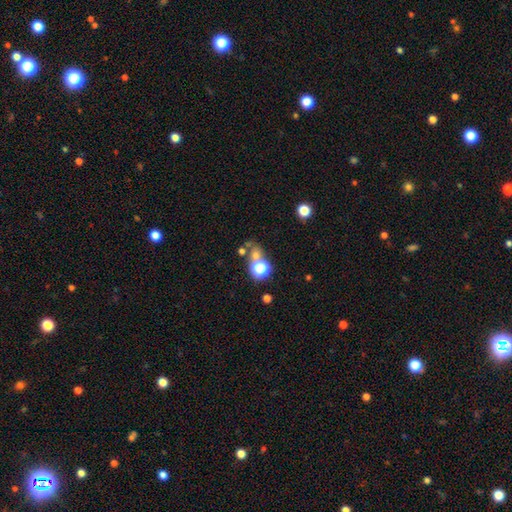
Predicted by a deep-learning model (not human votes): Overall: smooth (55%; star or artifact 33%). How rounded: round (75%). Merging: none (49%; merger 33%).